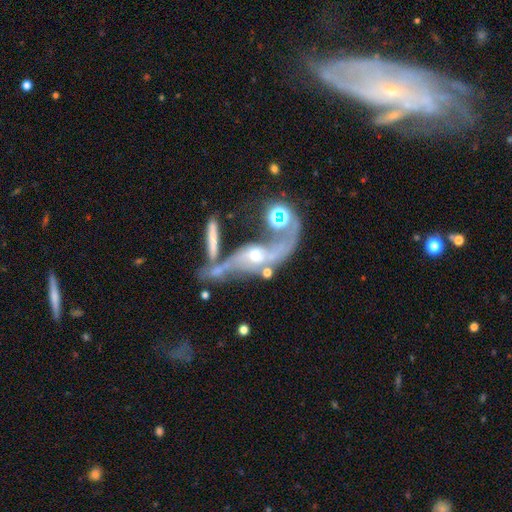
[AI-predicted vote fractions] Overall: featured or disk (80%). Edge-on disk: no (76%). Bar: no (65%). Spiral arms: yes (78%). Bulge size: moderate (55%; small 32%). Merging: merger (39%; none 27%).